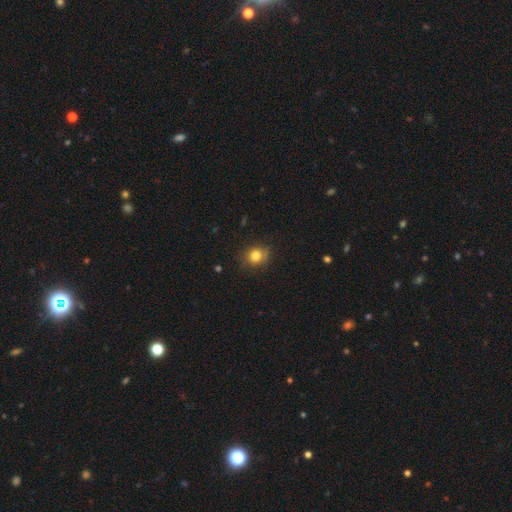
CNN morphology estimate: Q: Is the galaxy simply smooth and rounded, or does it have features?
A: smooth — 80%.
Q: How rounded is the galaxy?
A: round — 74%.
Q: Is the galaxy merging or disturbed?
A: none — 75%.